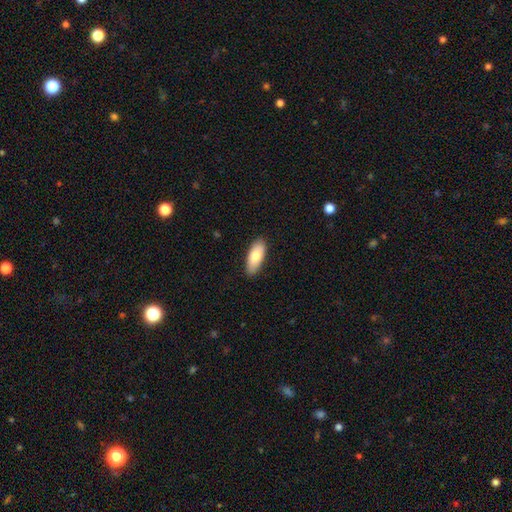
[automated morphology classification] Smooth or featured?
  - smooth: 80% *
  - featured or disk: 15%
  - star or artifact: 6%
How rounded?
  - in between: 81% *
  - cigar-shaped: 17%
  - round: 2%
Merging?
  - none: 88% *
  - minor disturbance: 9%
  - major disturbance: 2%
  - merger: 1%